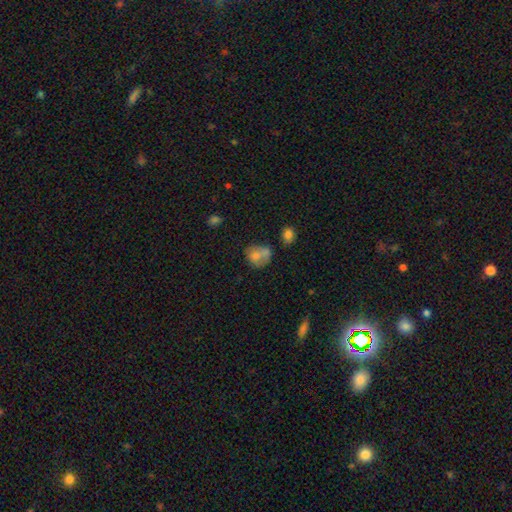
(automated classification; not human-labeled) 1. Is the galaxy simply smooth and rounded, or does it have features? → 68% smooth, 21% featured or disk, 11% star or artifact.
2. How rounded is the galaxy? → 53% round, 46% in between, 1% cigar-shaped.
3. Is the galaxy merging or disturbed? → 35% merger, 34% none, 19% minor disturbance, 12% major disturbance.